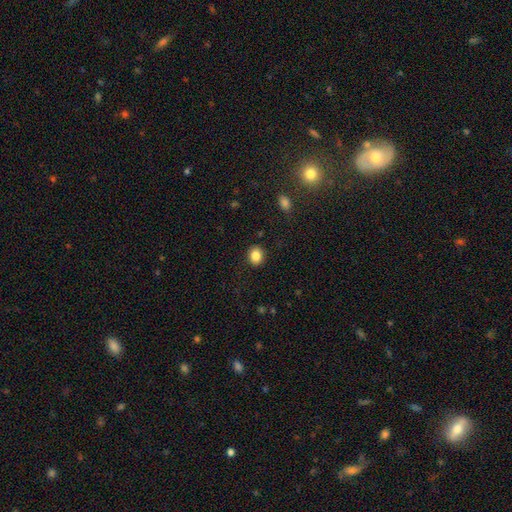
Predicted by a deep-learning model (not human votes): The model was most divided on "how rounded": round: 66%, in between: 33%, cigar-shaped: 1%. More confident: merging — none (90%); smooth or featured — smooth (85%).